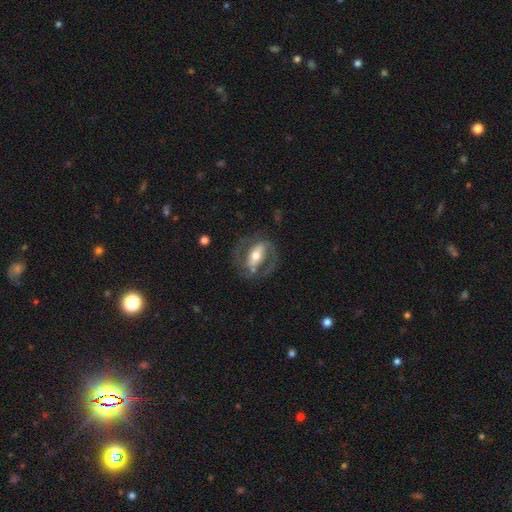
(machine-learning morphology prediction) smooth-or-featured: featured or disk: 77% | smooth: 17% | star or artifact: 5%
  disk-edge-on: no: 93% | yes: 7%
    bar: strong: 56% | weak: 25% | no: 19%
    has-spiral-arms: yes: 81% | no: 19%
      spiral-winding: medium: 50% | tight: 33% | loose: 18%
      spiral-arm-count: 2: 83% | can't tell: 7% | 1: 6% | 3: 2% | 4: 1% | more than 4: 1%
    bulge-size: moderate: 63% | small: 23% | large: 11% | dominant: 1% | none: 1%
  merging: none: 69% | minor disturbance: 15% | major disturbance: 13% | merger: 2%